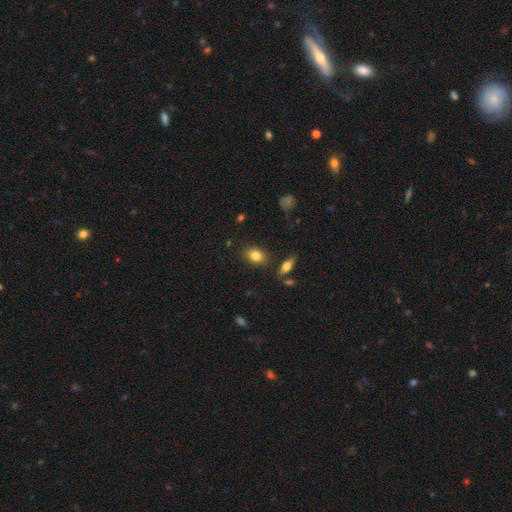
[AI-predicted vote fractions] Overall: smooth (82%). How rounded: in between (72%). Merging: none (83%).